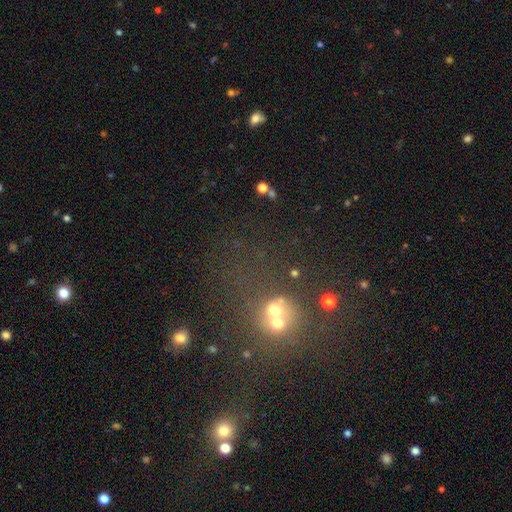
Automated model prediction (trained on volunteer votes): star or artifact 55%, smooth 32%, featured or disk 13%.